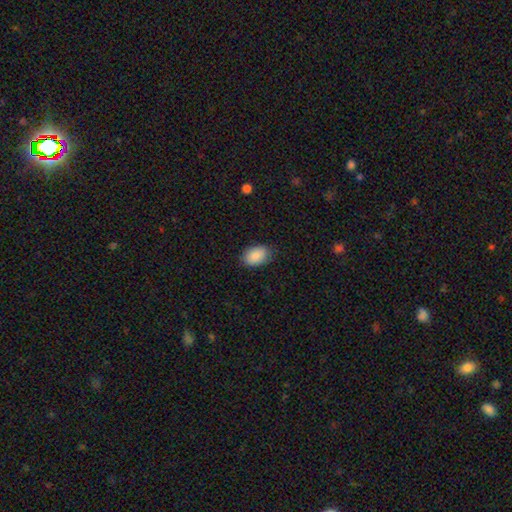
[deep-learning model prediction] Morphology: type=smooth (88%); roundness=in between (88%); merging=none (84%).